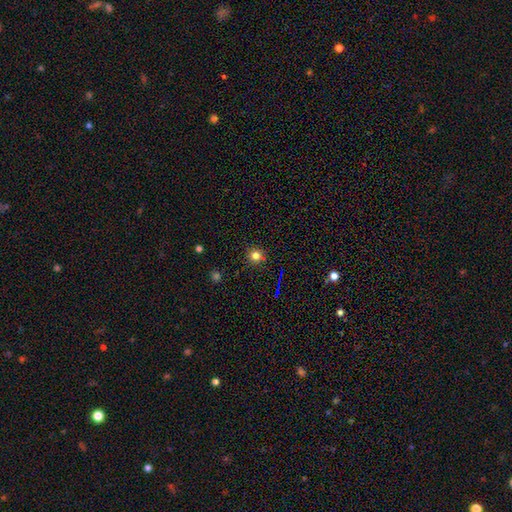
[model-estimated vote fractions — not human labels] smooth-or-featured: smooth: 76% | star or artifact: 18% | featured or disk: 6%
  how-rounded: round: 92% | in between: 7% | cigar-shaped: 1%
  merging: none: 89% | minor disturbance: 7% | major disturbance: 2% | merger: 2%